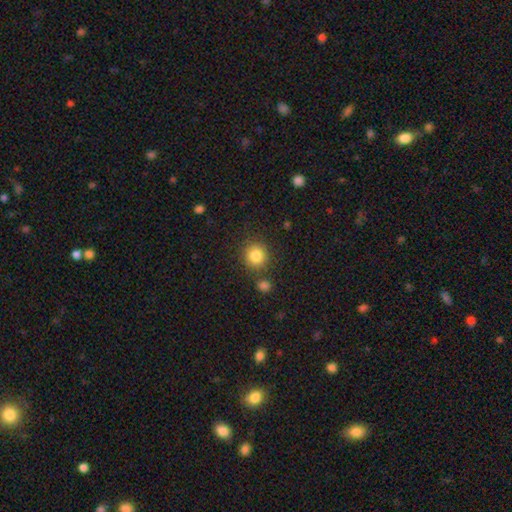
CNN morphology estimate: smooth-or-featured: smooth: 84% | star or artifact: 10% | featured or disk: 5%
  how-rounded: round: 90% | in between: 9% | cigar-shaped: 1%
  merging: none: 83% | minor disturbance: 8% | merger: 6% | major disturbance: 3%